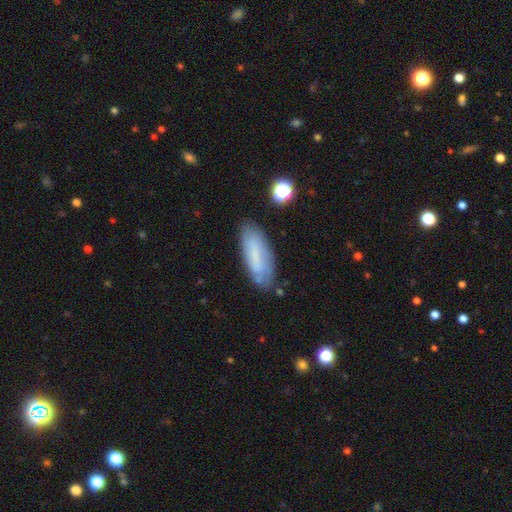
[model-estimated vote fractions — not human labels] This is likely a smooth galaxy (67%). How rounded: likely in between (67%). Merging: likely none (74%).